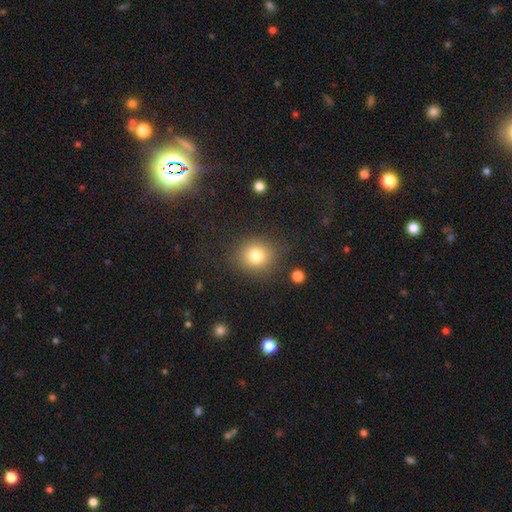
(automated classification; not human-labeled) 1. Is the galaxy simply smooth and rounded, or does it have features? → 80% smooth, 12% star or artifact, 8% featured or disk.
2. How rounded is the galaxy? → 81% round, 18% in between, 1% cigar-shaped.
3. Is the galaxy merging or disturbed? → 82% none, 11% minor disturbance, 5% major disturbance, 2% merger.